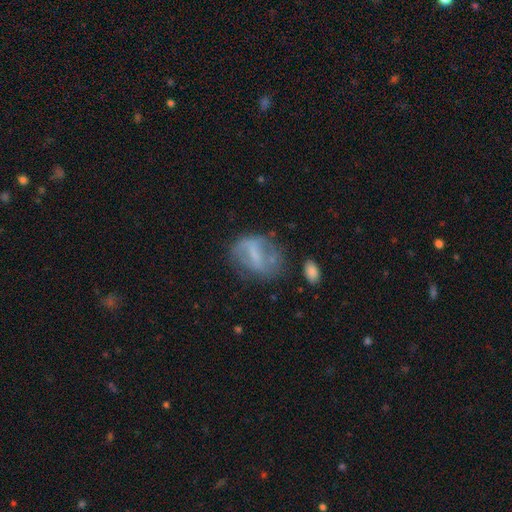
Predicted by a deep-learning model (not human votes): A featured or disk galaxy (56%) with a weak bar (41%), spiral arms (51%) and no central bulge (44%). Merging: none (52%).